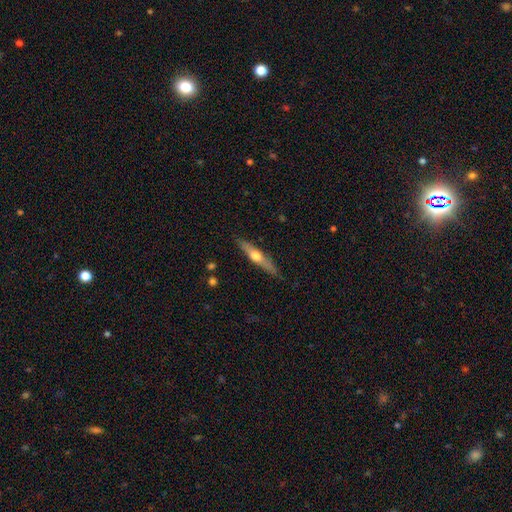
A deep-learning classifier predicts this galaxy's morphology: This appears to be a featured or disk galaxy (56%) viewed edge-on (93%) with a rounded central bulge (91%). Merging: none (85%).